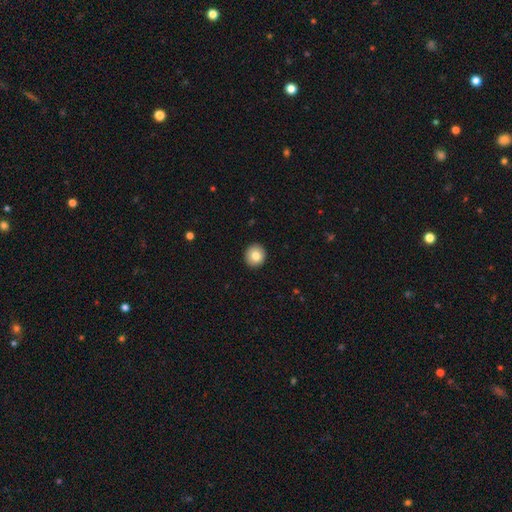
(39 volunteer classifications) Smooth or featured: smooth — 82% (star or artifact — 10%)
How rounded: round — 94% (in between — 6%)
Merging: none — 97% (minor disturbance — 3%)